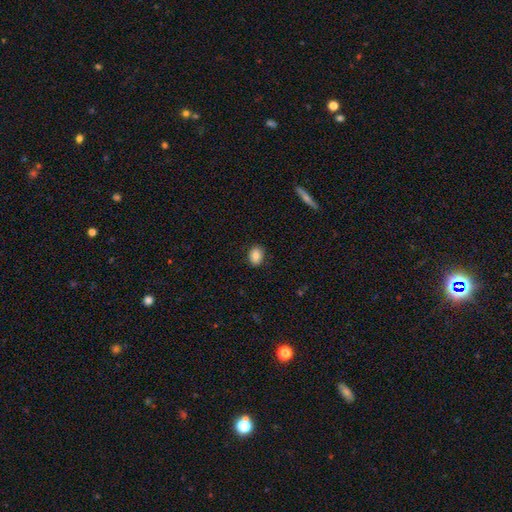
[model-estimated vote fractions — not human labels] Smooth or featured? Predicted: smooth (p=0.83). How rounded? Predicted: in between (p=0.53). Merging? Predicted: none (p=0.88).